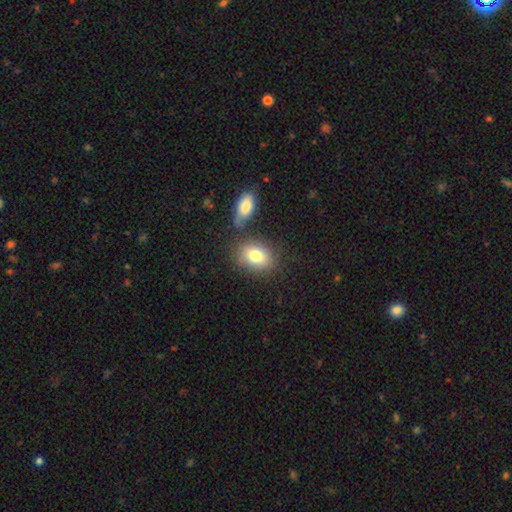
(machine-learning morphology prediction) Q: Smooth or featured?
A: smooth (80%); runner-up: featured or disk (12%)
Q: How rounded?
A: in between (71%); runner-up: round (28%)
Q: Merging?
A: none (69%); runner-up: merger (14%)